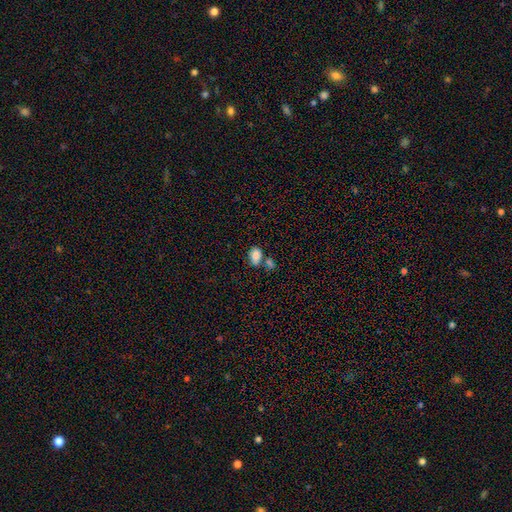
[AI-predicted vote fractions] Smooth or featured: smooth — 84% (star or artifact — 9%)
How rounded: in between — 85% (round — 13%)
Merging: none — 48% (merger — 30%)